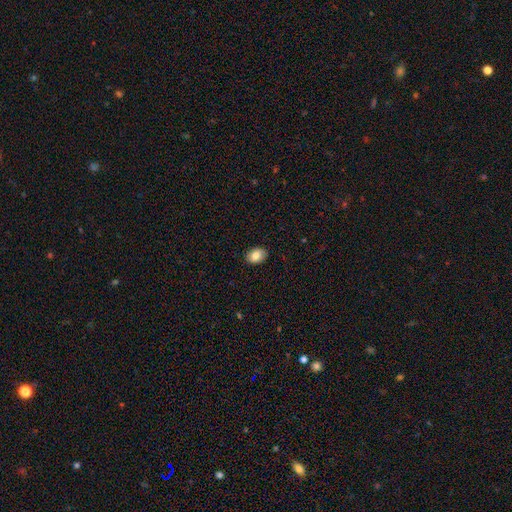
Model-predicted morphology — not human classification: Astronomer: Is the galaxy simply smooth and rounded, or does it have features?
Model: smooth — 85%.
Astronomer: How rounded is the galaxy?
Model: in between — 78%.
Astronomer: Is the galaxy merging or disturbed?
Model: none — 88%.